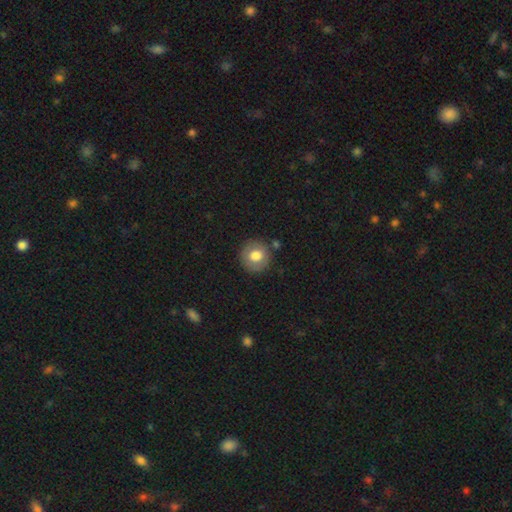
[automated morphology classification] smooth 74%, featured or disk 18%, star or artifact 8%. Down the decision tree: how rounded — round (92%); merging — none (84%).